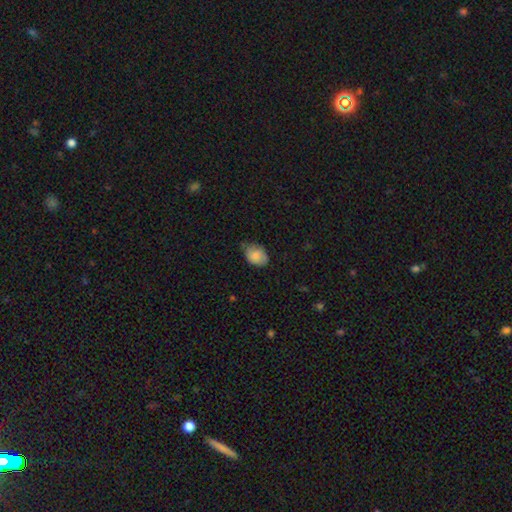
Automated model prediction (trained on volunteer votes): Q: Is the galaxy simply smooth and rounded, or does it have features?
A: smooth — 83%.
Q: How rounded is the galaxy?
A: in between — 76%.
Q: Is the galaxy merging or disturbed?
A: none — 54%.